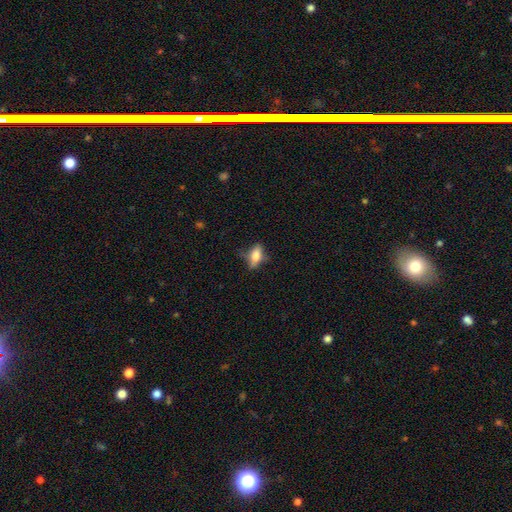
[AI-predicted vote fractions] smooth_or_featured: smooth (p=0.71) [alt: featured or disk p=0.20]
how_rounded: in between (p=0.80) [alt: cigar-shaped p=0.15]
merging: none (p=0.62) [alt: minor disturbance p=0.26]